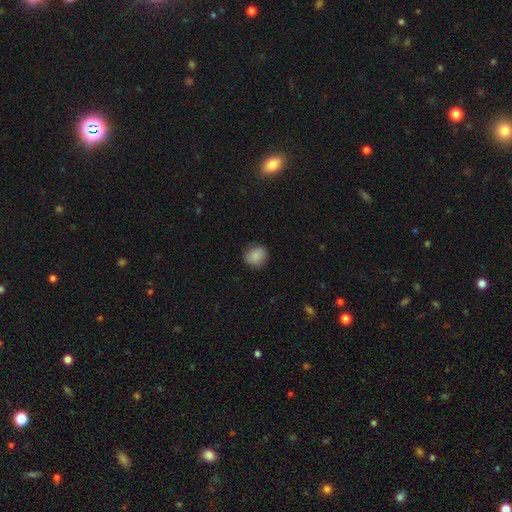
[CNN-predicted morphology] The model was most divided on "how rounded": round: 82%, in between: 17%, cigar-shaped: 1%. More confident: smooth or featured — smooth (86%); merging — none (85%).